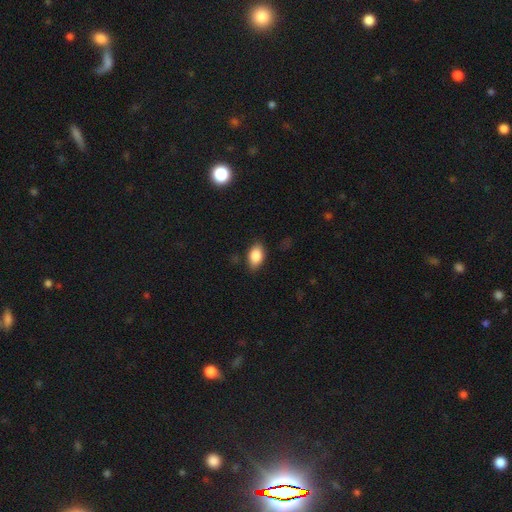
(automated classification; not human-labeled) smooth_or_featured: smooth (p=0.86) [alt: star or artifact p=0.07]
how_rounded: in between (p=0.89) [alt: round p=0.08]
merging: none (p=0.82) [alt: minor disturbance p=0.14]